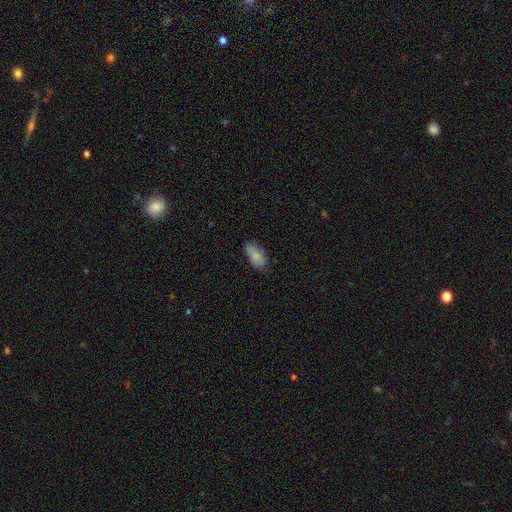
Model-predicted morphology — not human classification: smooth-or-featured: smooth: 82% | featured or disk: 12% | star or artifact: 6%
  how-rounded: in between: 90% | cigar-shaped: 8% | round: 2%
  merging: none: 74% | minor disturbance: 21% | major disturbance: 4% | merger: 1%